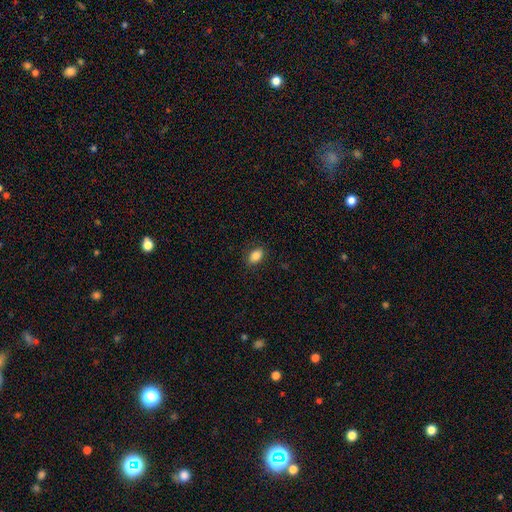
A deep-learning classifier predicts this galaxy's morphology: Q: Smooth or featured?
A: smooth (86%); runner-up: star or artifact (9%)
Q: How rounded?
A: in between (82%); runner-up: round (17%)
Q: Merging?
A: none (87%); runner-up: minor disturbance (10%)